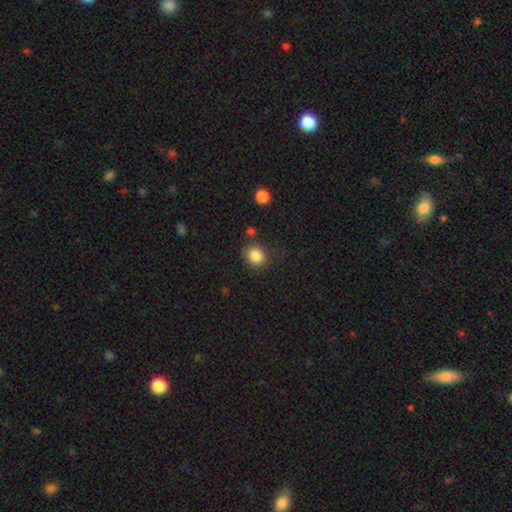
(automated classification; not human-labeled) This is clearly a smooth galaxy (86%). How rounded: likely round (72%). Merging: likely none (78%).